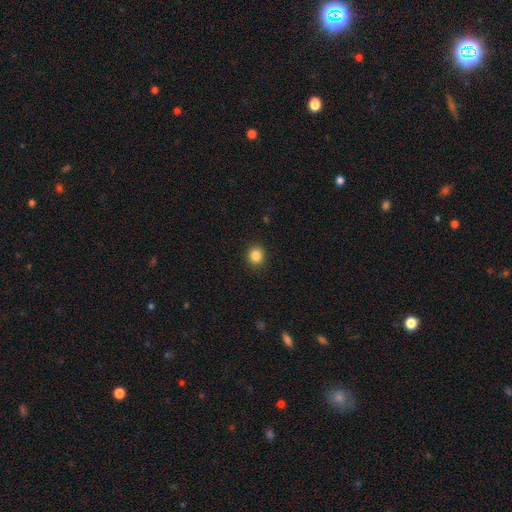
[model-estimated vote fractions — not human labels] smooth_or_featured: smooth (p=0.85) [alt: star or artifact p=0.11]
how_rounded: round (p=0.82) [alt: in between p=0.17]
merging: none (p=0.90) [alt: minor disturbance p=0.07]